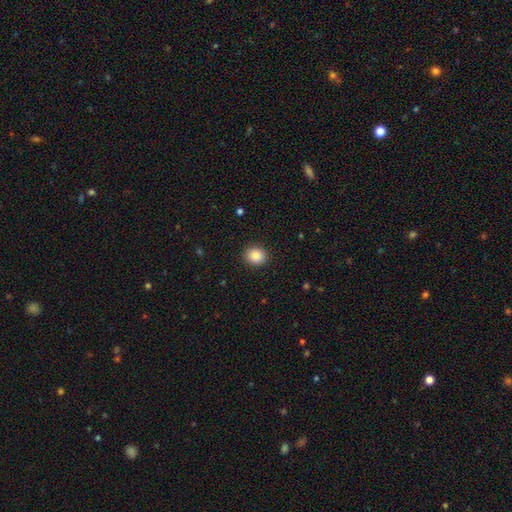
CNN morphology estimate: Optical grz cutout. It shows a smooth galaxy with no disk features (87%) that is round (72%). Merging: none (91%).